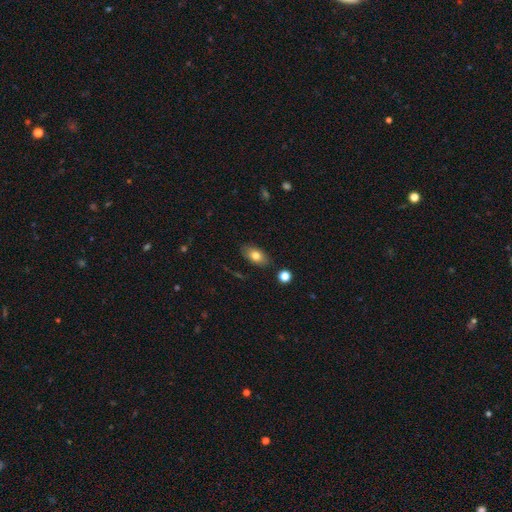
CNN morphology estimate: smooth_or_featured: smooth (p=0.77) [alt: featured or disk p=0.14]
how_rounded: in between (p=0.89) [alt: round p=0.09]
merging: none (p=0.85) [alt: minor disturbance p=0.11]